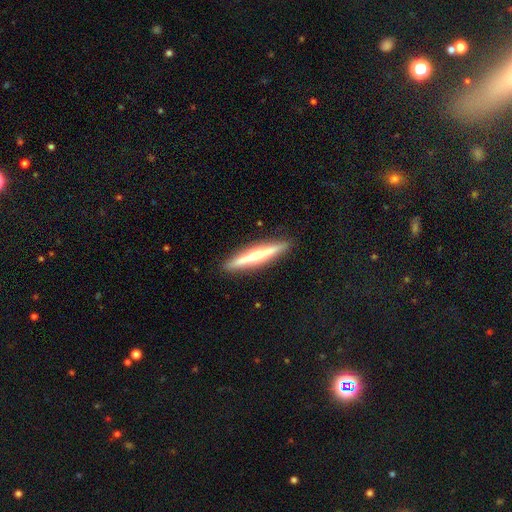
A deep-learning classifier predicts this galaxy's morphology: This is possibly a featured or disk galaxy (56%). It is clearly viewed edge-on (97%). Edge-on bulge: possibly rounded (48%). Merging: clearly none (91%).